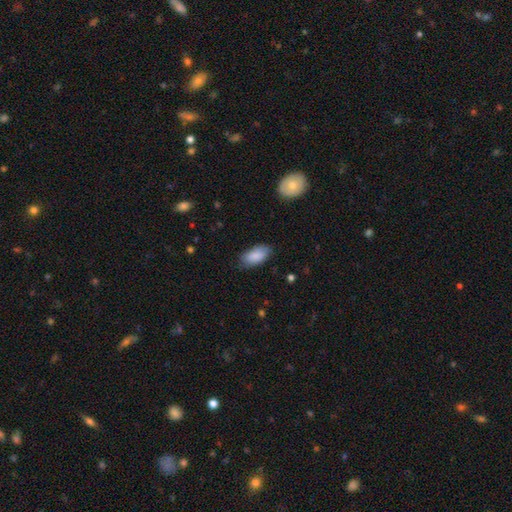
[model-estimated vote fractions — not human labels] Smooth or featured: smooth — 87% (featured or disk — 7%)
How rounded: in between — 92% (cigar-shaped — 6%)
Merging: none — 76% (minor disturbance — 19%)